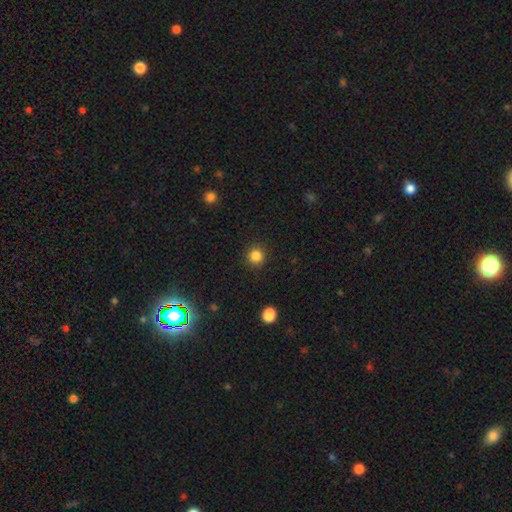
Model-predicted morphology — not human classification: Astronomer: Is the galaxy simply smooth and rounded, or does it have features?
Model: smooth — 84%.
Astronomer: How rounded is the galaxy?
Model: round — 93%.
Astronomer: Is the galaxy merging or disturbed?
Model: none — 91%.